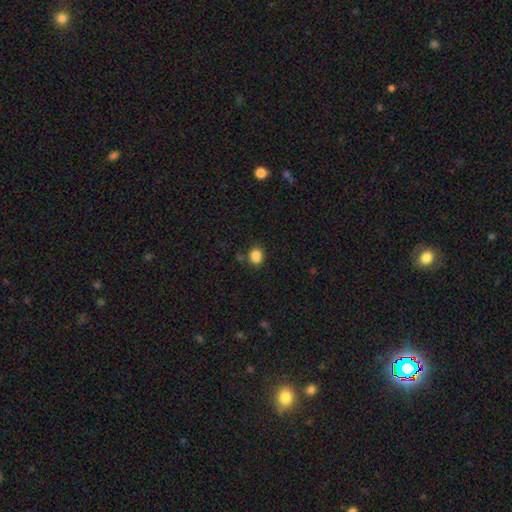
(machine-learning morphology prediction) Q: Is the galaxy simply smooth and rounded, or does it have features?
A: smooth — 84%.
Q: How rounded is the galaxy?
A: round — 57%.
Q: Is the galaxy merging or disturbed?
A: none — 68%.